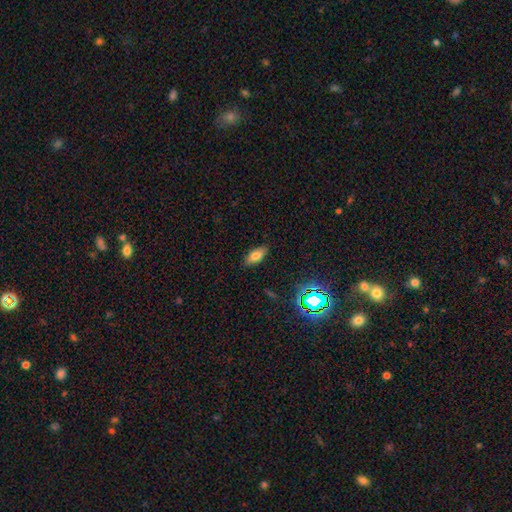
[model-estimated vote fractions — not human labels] smooth 73%, featured or disk 14%, star or artifact 12%. Down the decision tree: how rounded — in between (85%); merging — none (86%).